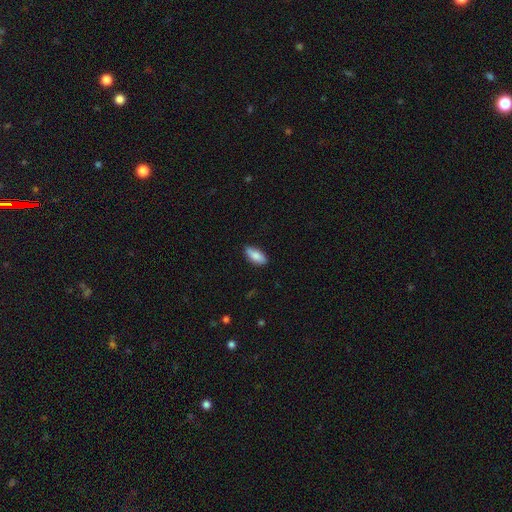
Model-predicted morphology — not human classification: This is clearly a smooth galaxy (83%). How rounded: clearly in between (84%). Merging: clearly none (85%).